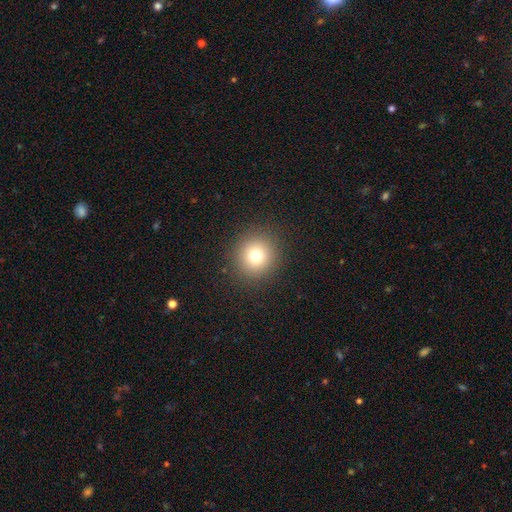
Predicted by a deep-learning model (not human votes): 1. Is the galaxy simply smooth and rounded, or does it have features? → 76% smooth, 15% star or artifact, 10% featured or disk.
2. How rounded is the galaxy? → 92% round, 7% in between, 1% cigar-shaped.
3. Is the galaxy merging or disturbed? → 90% none, 6% minor disturbance, 3% major disturbance, 1% merger.